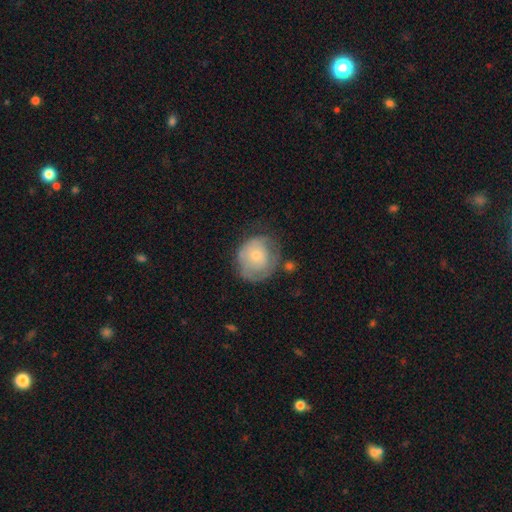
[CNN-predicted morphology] This is possibly a smooth galaxy (55%). How rounded: clearly round (80%). Merging: possibly none (48%).